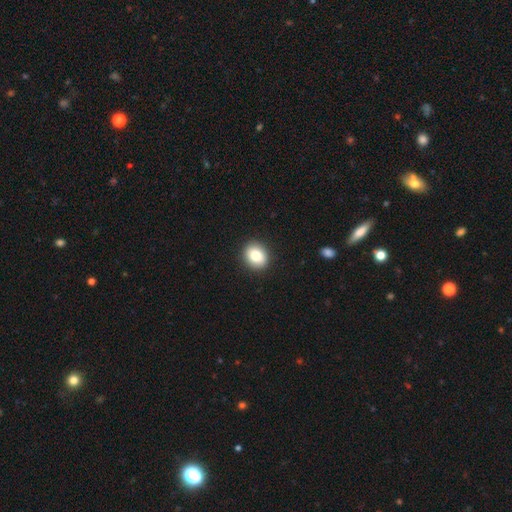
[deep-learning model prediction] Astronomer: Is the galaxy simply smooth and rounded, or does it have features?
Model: smooth — 82%.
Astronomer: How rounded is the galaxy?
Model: round — 60% (runner-up: in between, 39%).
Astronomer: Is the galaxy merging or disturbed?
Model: none — 91%.